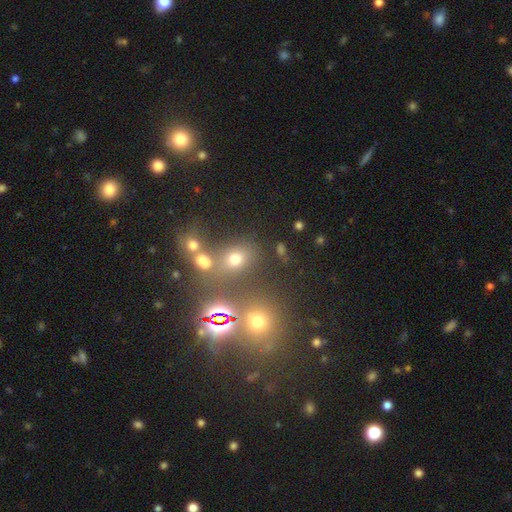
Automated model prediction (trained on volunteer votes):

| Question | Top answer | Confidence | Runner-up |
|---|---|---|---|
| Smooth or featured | star or artifact | 54% | smooth (35%) |